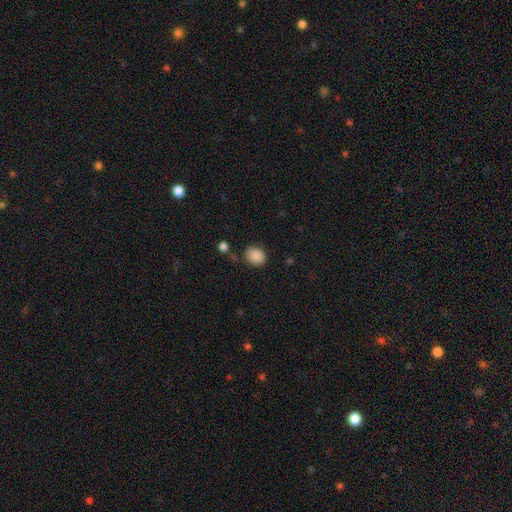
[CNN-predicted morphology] Smooth or featured? Predicted: smooth (p=0.87). How rounded? Predicted: in between (p=0.52). Merging? Predicted: none (p=0.75).